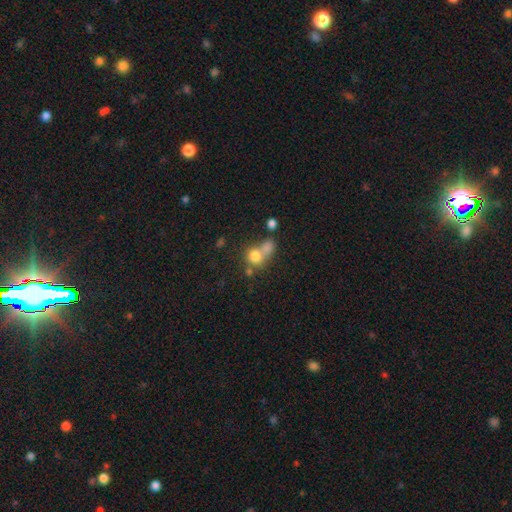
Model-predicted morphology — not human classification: Smooth or featured? Predicted: smooth (p=0.73). How rounded? Predicted: round (p=0.79). Merging? Predicted: merger (p=0.52).